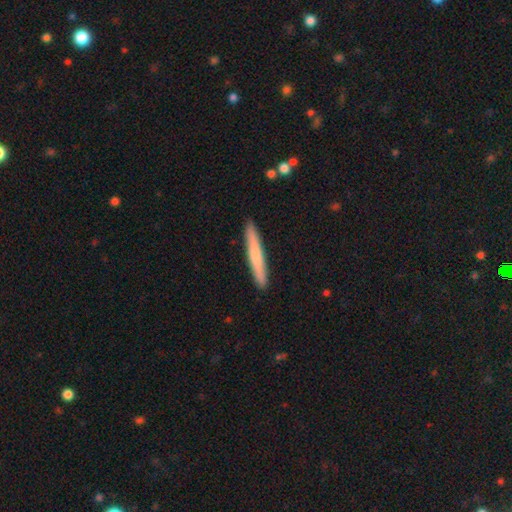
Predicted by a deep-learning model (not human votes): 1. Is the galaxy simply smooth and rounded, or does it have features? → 66% smooth, 29% featured or disk, 5% star or artifact.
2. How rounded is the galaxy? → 96% cigar-shaped, 3% in between, 1% round.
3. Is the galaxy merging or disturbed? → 91% none, 6% minor disturbance, 1% major disturbance, 1% merger.